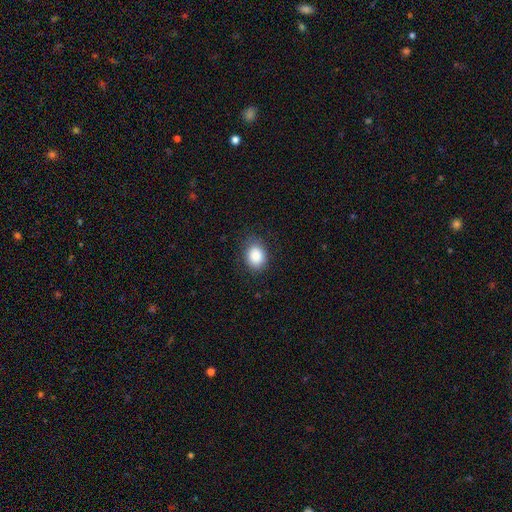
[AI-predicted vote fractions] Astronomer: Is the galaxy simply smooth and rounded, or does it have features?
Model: smooth — 87%.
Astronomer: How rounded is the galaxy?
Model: in between — 63%.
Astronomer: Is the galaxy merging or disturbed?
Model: none — 81%.